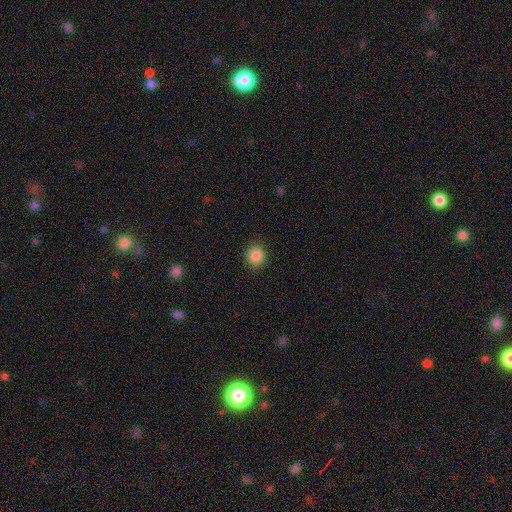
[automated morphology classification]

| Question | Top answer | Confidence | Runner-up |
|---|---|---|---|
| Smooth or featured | smooth | 86% | star or artifact (10%) |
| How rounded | round | 74% | in between (25%) |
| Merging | none | 88% | minor disturbance (8%) |